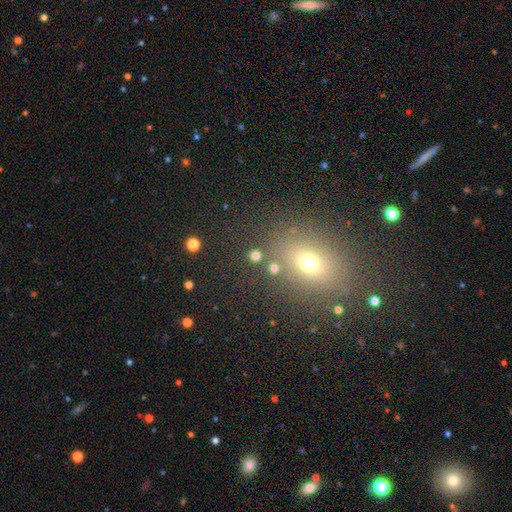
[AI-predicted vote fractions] A smooth galaxy with no disk features (72%) that is round (88%).

Vote fractions:
- Smooth or featured? smooth: 72% / star or artifact: 21% / featured or disk: 7%
- How rounded? round: 88% / in between: 11% / cigar-shaped: 1%
- Merging? none: 81% / merger: 8% / minor disturbance: 7% / major disturbance: 4%